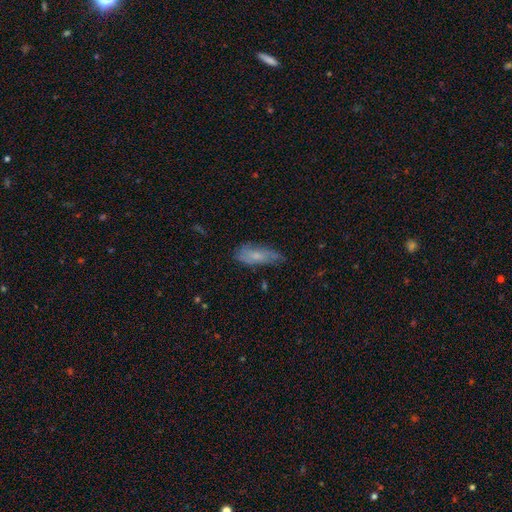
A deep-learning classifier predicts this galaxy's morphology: smooth 59%, featured or disk 33%, star or artifact 8%. Down the decision tree: how rounded — in between (72%); merging — none (58%).